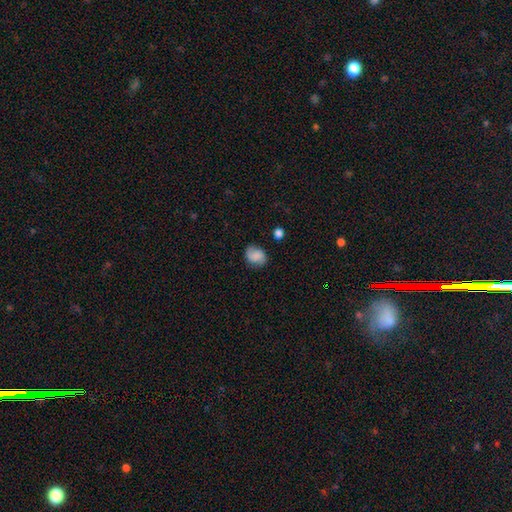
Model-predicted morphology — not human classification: smooth 67%, featured or disk 23%, star or artifact 10%. Down the decision tree: how rounded — round (54%); merging — none (75%).